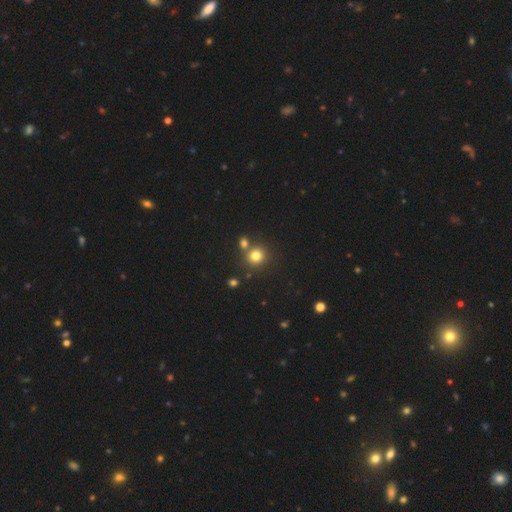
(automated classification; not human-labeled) Smooth or featured: smooth — 77% (star or artifact — 16%)
How rounded: round — 89% (in between — 10%)
Merging: none — 69% (merger — 21%)